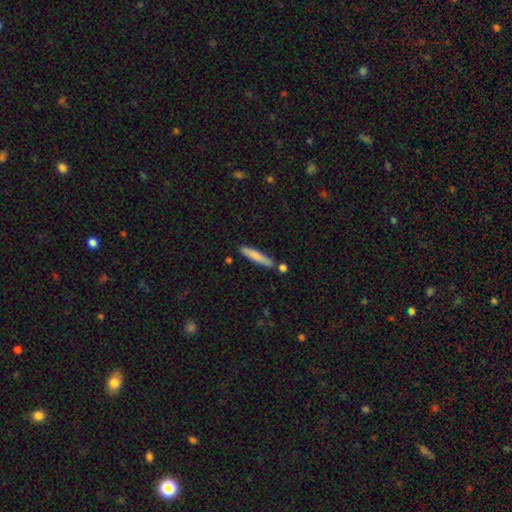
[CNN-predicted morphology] smooth_or_featured: smooth (p=0.77) [alt: featured or disk p=0.17]
how_rounded: cigar-shaped (p=0.91) [alt: in between p=0.07]
merging: none (p=0.80) [alt: minor disturbance p=0.12]